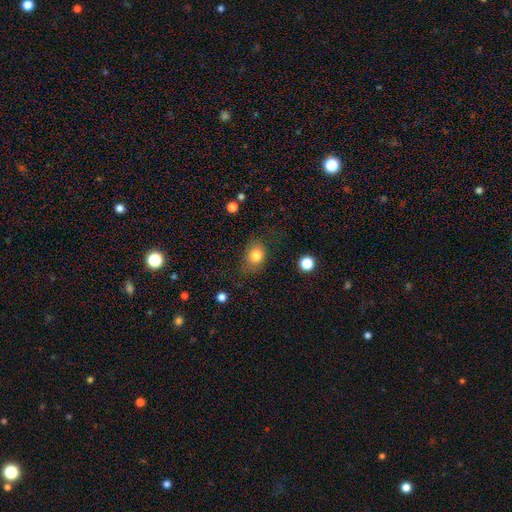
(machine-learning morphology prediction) type=smooth (81%); roundness=in between (53%); merging=none (70%).